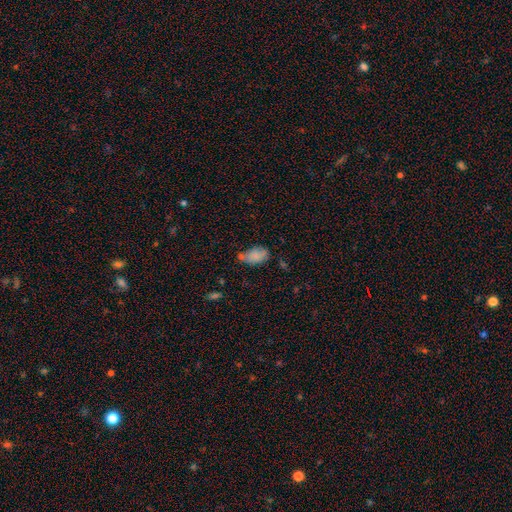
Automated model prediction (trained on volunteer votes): This appears to be a smooth galaxy with no disk features (79%) that is in between round and cigar-shaped (91%). Merging: none (47%).